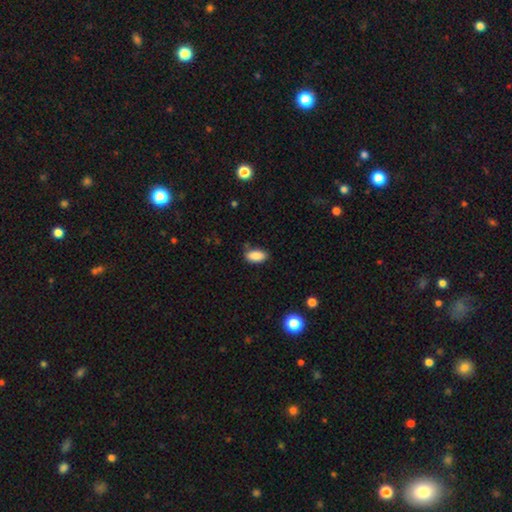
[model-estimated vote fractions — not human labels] Smooth or featured: smooth — 88% (star or artifact — 8%)
How rounded: in between — 92% (cigar-shaped — 4%)
Merging: none — 79% (minor disturbance — 16%)